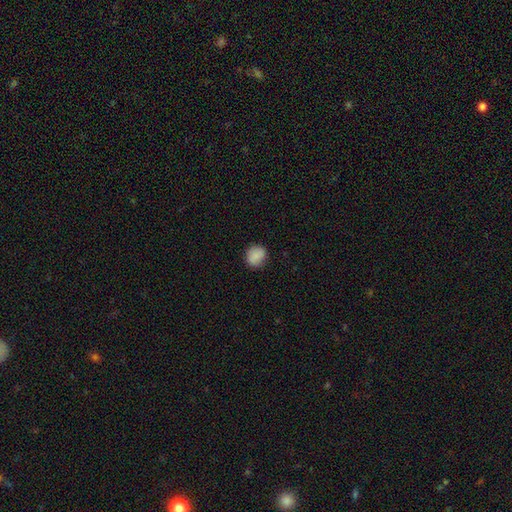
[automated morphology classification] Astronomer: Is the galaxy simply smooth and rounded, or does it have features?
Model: smooth — 86%.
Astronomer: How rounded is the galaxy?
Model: round — 75%.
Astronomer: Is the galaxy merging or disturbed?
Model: none — 82%.